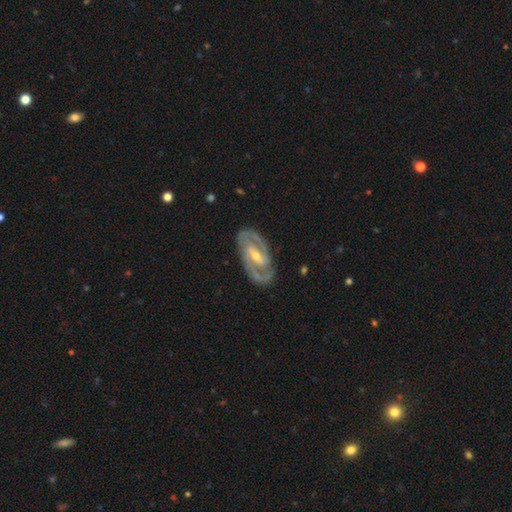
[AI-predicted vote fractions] This is clearly a featured or disk galaxy (90%). It is clearly not viewed edge-on (96%). Bar: marginally strong (44%). Spiral arm pattern: clearly yes (95%). Spiral arm count: clearly 2 (89%). Spiral winding: possibly medium (47%). Central bulge: possibly small (51%). Merging: clearly none (84%).